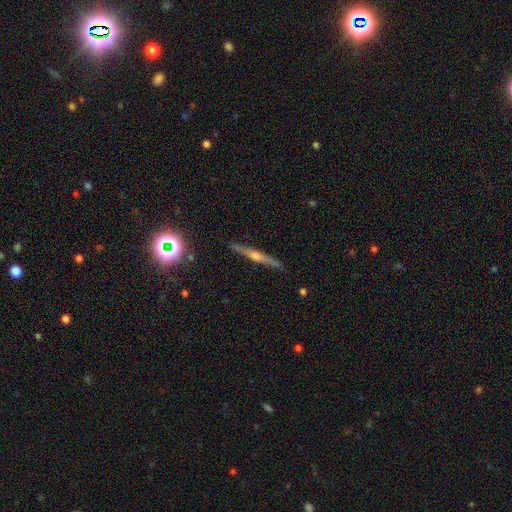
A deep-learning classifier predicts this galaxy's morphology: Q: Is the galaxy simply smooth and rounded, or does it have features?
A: featured or disk — 74%.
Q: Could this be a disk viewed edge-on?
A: yes — 97%.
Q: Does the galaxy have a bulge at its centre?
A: rounded — 87%.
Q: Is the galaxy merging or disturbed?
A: none — 91%.